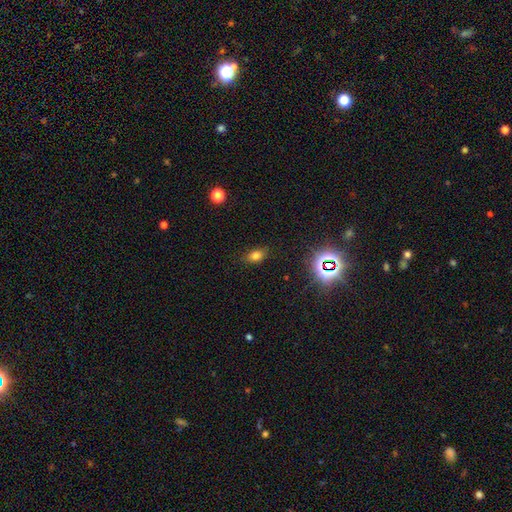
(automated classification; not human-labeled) This appears to be a smooth galaxy with no disk features (74%) that is in between round and cigar-shaped (76%). Merging: none (83%).